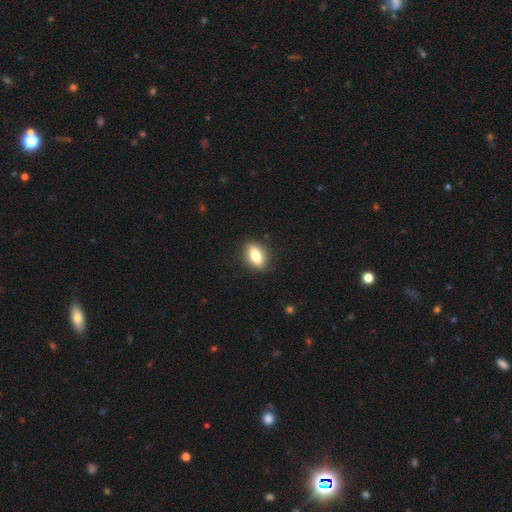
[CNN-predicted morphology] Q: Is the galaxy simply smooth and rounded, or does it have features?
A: smooth — 68%.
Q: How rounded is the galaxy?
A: in between — 78%.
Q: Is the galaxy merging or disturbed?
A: none — 86%.